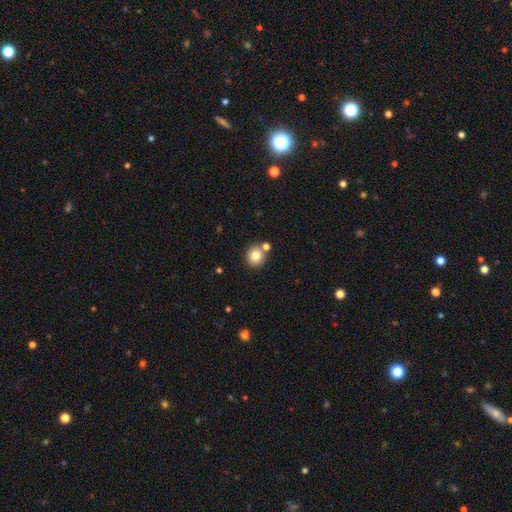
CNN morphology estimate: type=smooth (80%); roundness=round (88%); merging=none (74%).